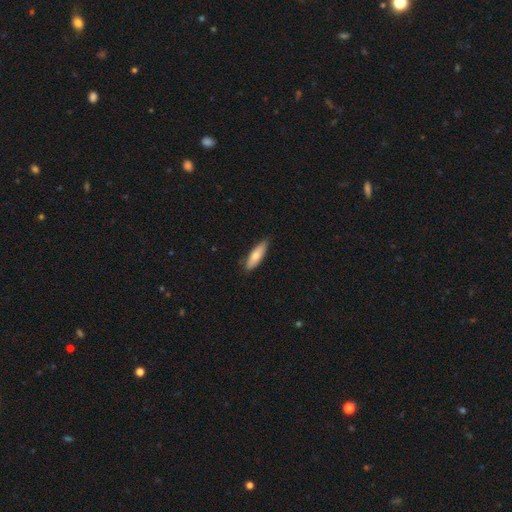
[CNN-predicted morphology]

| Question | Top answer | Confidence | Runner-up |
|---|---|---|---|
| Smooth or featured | smooth | 74% | featured or disk (20%) |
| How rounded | cigar-shaped | 52% | in between (46%) |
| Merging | none | 81% | minor disturbance (16%) |